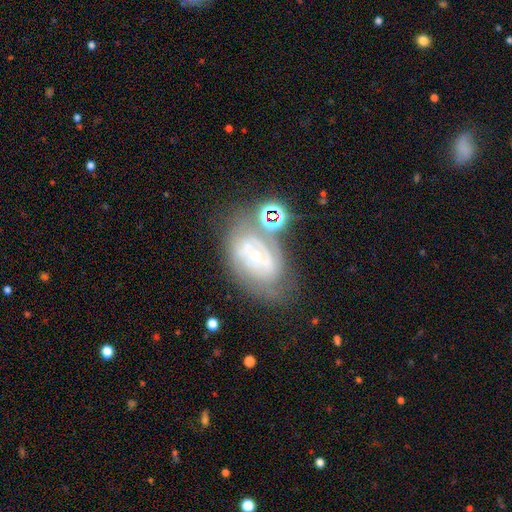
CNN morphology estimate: Smooth or featured? featured or disk (74%)
Edge-on disk? no (95%)
Bar? no (60%)
Spiral arms? yes (76%)
Spiral winding? tight (61%)
Spiral arm count? can't tell (42%)
Bulge size? small (65%)
Merging? none (53%)